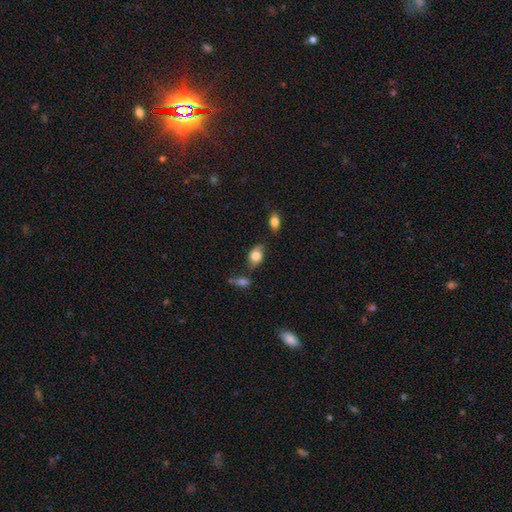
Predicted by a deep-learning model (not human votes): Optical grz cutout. It shows a smooth galaxy with no disk features (74%) that is in between round and cigar-shaped (84%). Merging: none (60%).